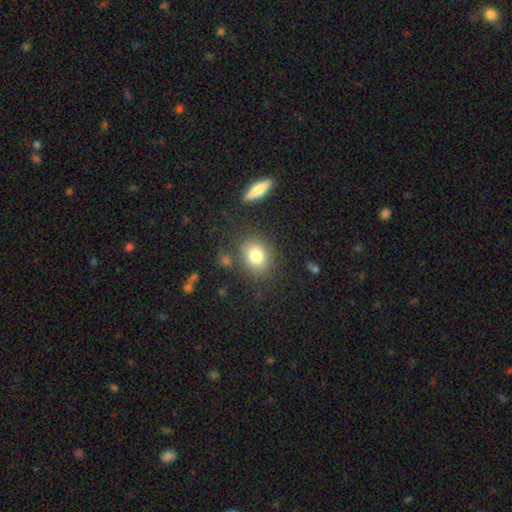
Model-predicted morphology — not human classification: Smooth or featured: smooth — 79% (featured or disk — 11%)
How rounded: round — 55% (in between — 43%)
Merging: none — 79% (minor disturbance — 12%)